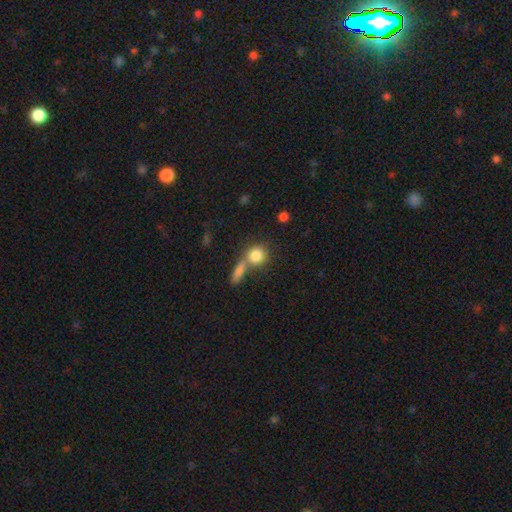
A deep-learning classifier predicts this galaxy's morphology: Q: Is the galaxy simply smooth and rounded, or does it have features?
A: smooth — 82%.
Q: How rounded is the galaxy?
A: round — 80%.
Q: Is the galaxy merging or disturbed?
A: none — 50%.